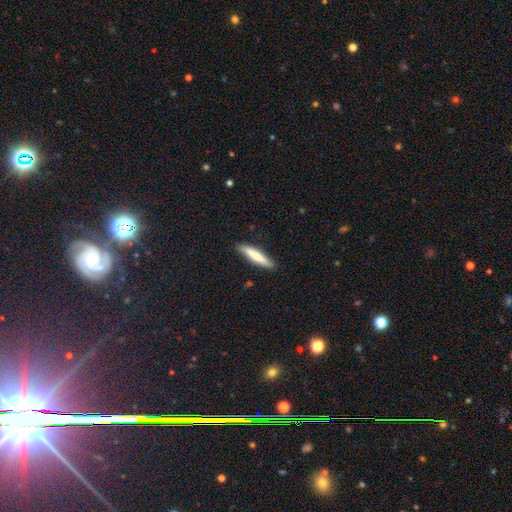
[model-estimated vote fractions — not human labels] Smooth or featured: smooth — 70% (featured or disk — 24%)
How rounded: cigar-shaped — 89% (in between — 10%)
Merging: none — 88% (minor disturbance — 9%)